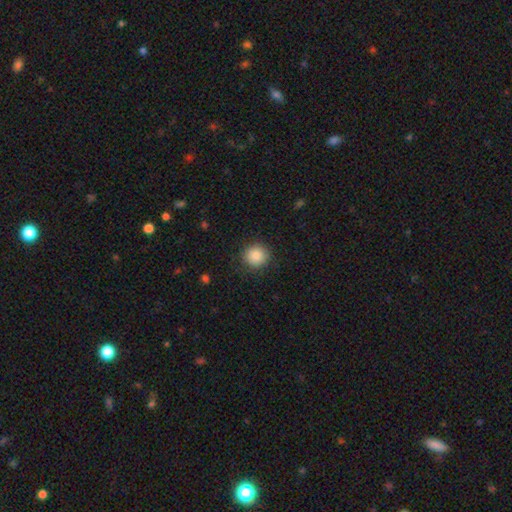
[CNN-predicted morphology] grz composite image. It shows a smooth galaxy with no disk features (86%) that is round (92%). Merging: none (88%).